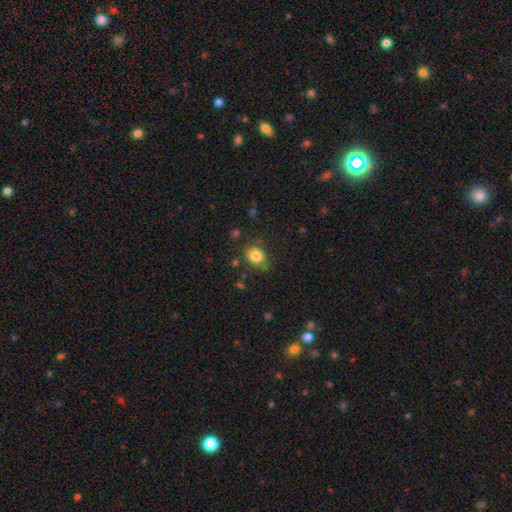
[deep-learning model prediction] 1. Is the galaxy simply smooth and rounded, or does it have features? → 83% smooth, 10% star or artifact, 7% featured or disk.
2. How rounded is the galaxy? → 52% round, 47% in between, 1% cigar-shaped.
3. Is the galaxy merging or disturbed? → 71% none, 20% minor disturbance, 6% major disturbance, 3% merger.